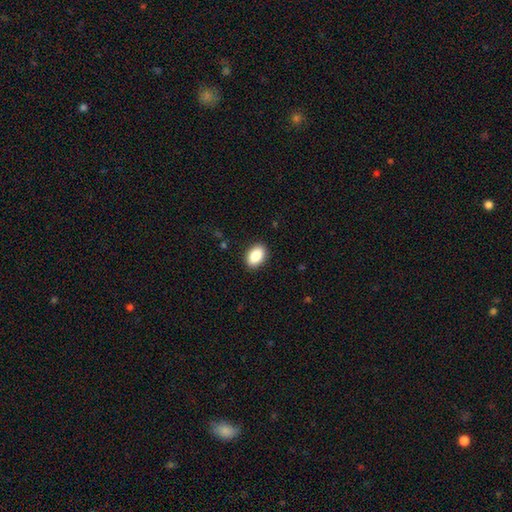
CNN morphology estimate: A smooth galaxy with no disk features (89%) that is in between round and cigar-shaped (89%).

Vote fractions:
- Smooth or featured? smooth: 89% / star or artifact: 7% / featured or disk: 4%
- How rounded? in between: 89% / round: 9% / cigar-shaped: 1%
- Merging? none: 89% / minor disturbance: 8% / major disturbance: 2% / merger: 1%